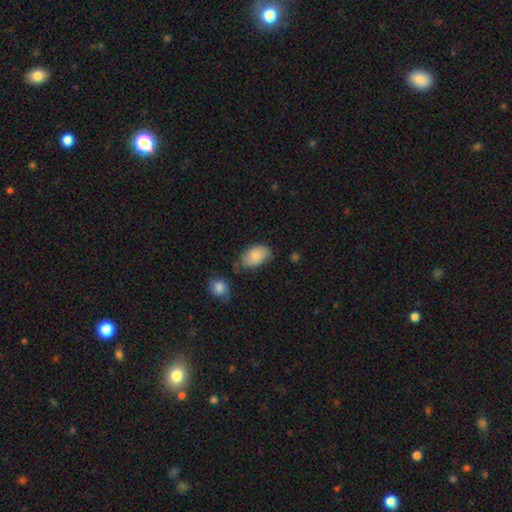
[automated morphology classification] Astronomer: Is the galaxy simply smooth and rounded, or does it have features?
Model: smooth — 82%.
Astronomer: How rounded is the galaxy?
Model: in between — 90%.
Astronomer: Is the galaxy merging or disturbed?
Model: none — 66%.